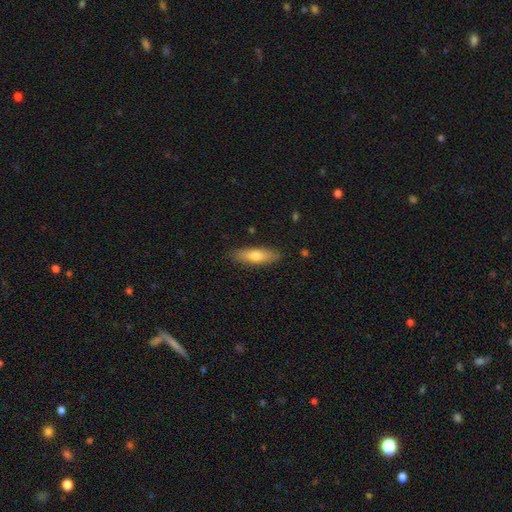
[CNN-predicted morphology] type=smooth (68%); roundness=cigar-shaped (61%); merging=none (88%).